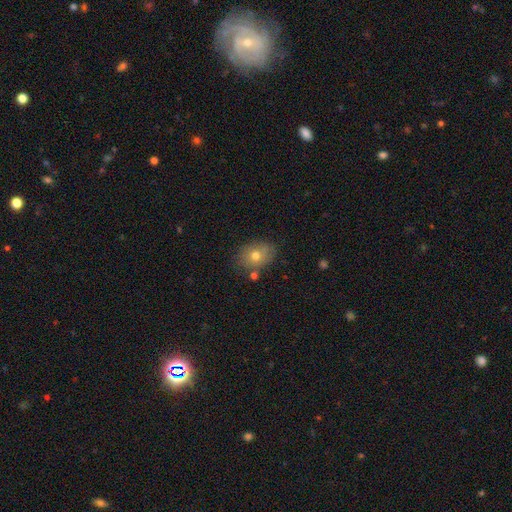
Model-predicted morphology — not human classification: type=smooth (71%); roundness=in between (65%); merging=none (74%).